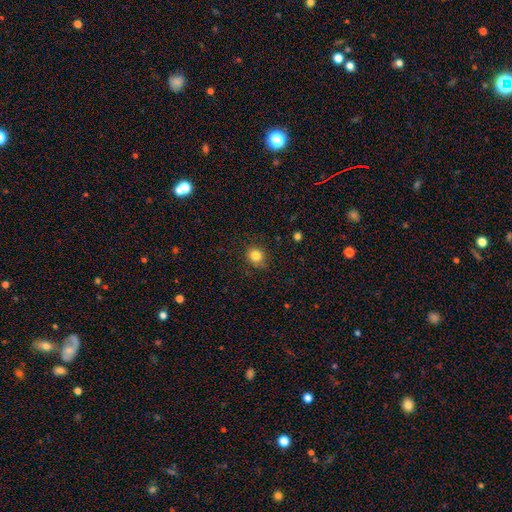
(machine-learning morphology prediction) smooth 83%, star or artifact 12%, featured or disk 6%. Down the decision tree: how rounded — round (80%); merging — none (84%).